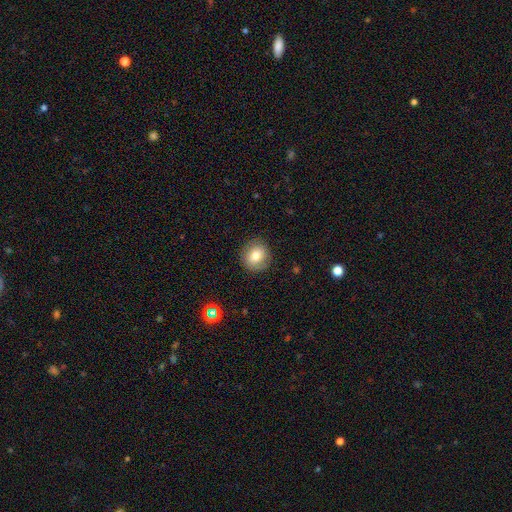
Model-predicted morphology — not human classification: Overall: smooth (76%). How rounded: round (85%). Merging: none (87%).